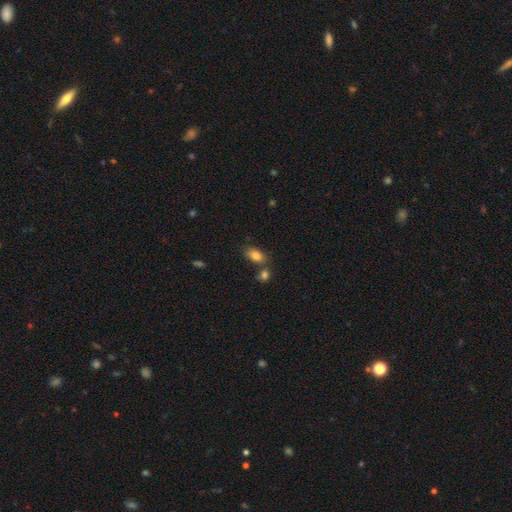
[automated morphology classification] A smooth galaxy with no disk features (83%) that is in between round and cigar-shaped (89%).

Vote fractions:
- Smooth or featured? smooth: 83% / star or artifact: 9% / featured or disk: 8%
- How rounded? in between: 89% / round: 8% / cigar-shaped: 3%
- Merging? none: 64% / merger: 20% / minor disturbance: 12% / major disturbance: 4%